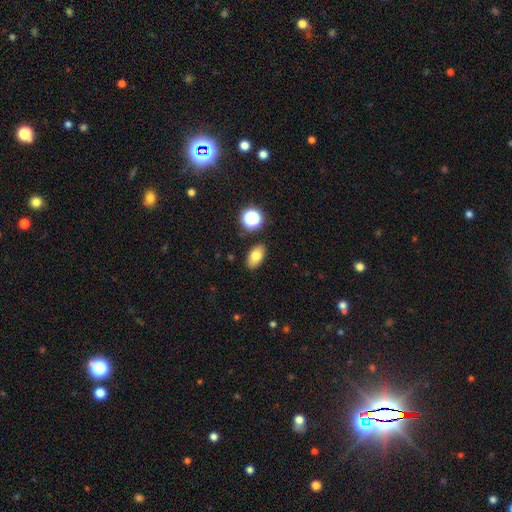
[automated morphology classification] smooth_or_featured: smooth (p=0.77) [alt: featured or disk p=0.13]
how_rounded: in between (p=0.89) [alt: round p=0.09]
merging: none (p=0.86) [alt: minor disturbance p=0.09]